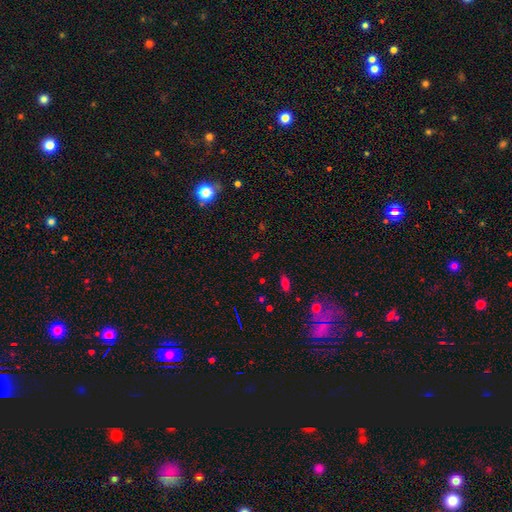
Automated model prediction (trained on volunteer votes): A star or artifact, not a galaxy (49%).